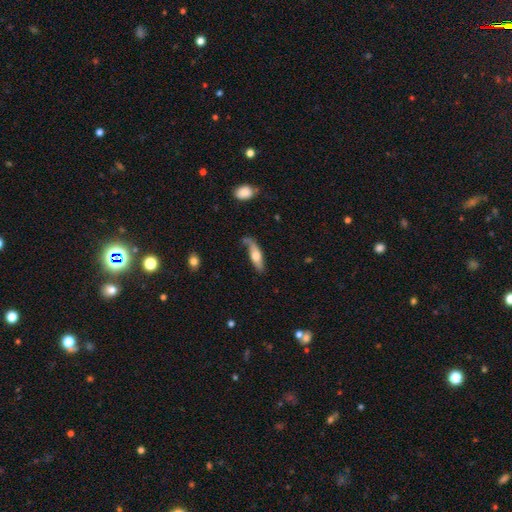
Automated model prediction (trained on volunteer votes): This appears to be a smooth galaxy with no disk features (54%) that is cigar-shaped (54%). Merging: none (50%).